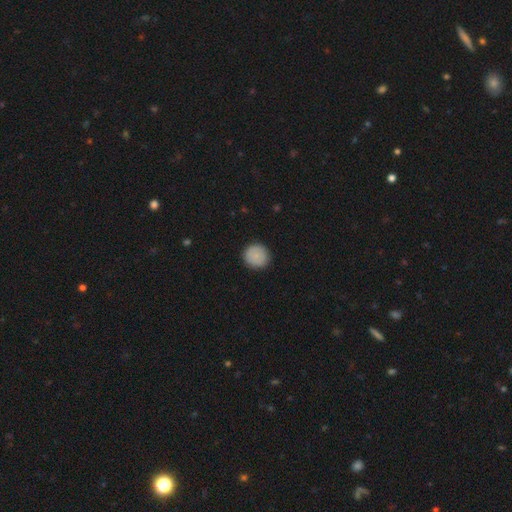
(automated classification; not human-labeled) Morphology: type=smooth (85%); roundness=round (93%); merging=none (91%).